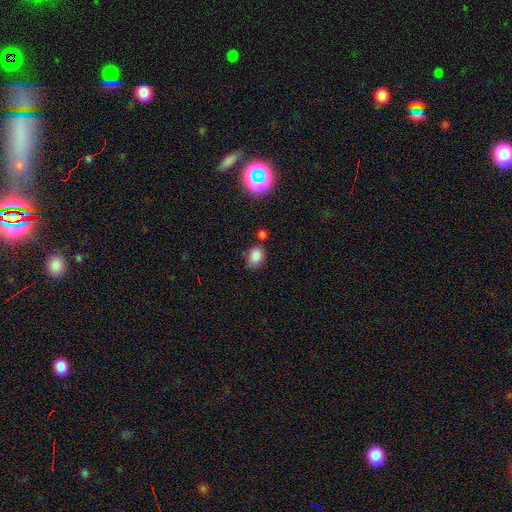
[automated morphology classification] Smooth or featured? Predicted: smooth (p=0.82). How rounded? Predicted: in between (p=0.67). Merging? Predicted: none (p=0.70).